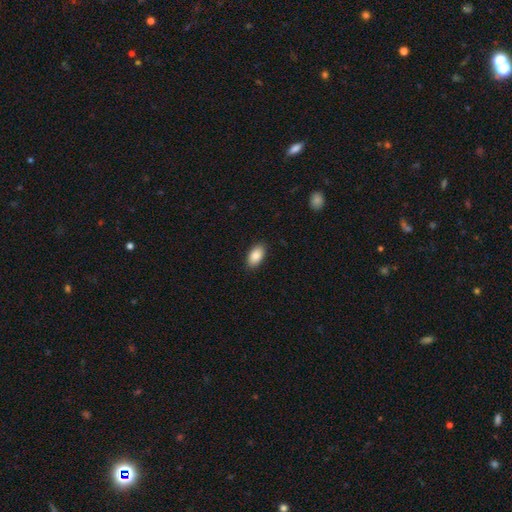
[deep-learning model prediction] The model was most divided on "merging": none: 89%, minor disturbance: 8%, major disturbance: 2%, merger: 1%. More confident: how rounded — in between (94%); smooth or featured — smooth (88%).